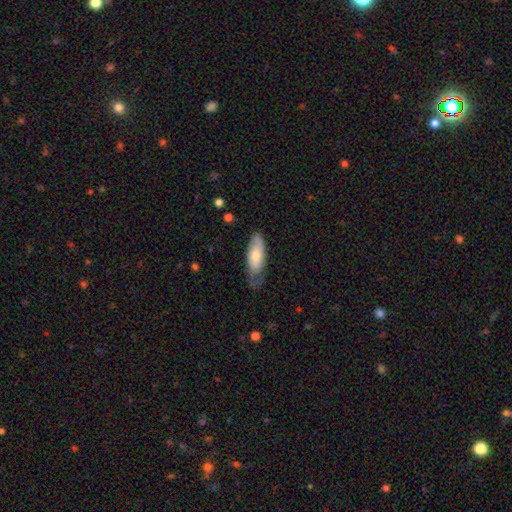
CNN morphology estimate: This is likely a smooth galaxy (71%). How rounded: likely in between (74%). Merging: possibly none (47%).